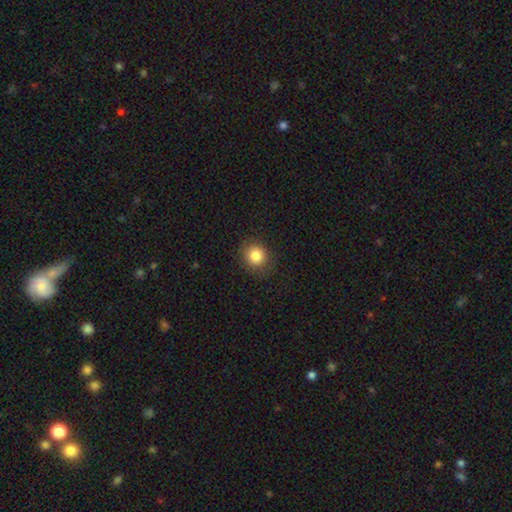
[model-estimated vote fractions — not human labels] Q: Smooth or featured?
A: smooth (84%); runner-up: star or artifact (10%)
Q: How rounded?
A: round (80%); runner-up: in between (19%)
Q: Merging?
A: none (86%); runner-up: minor disturbance (10%)